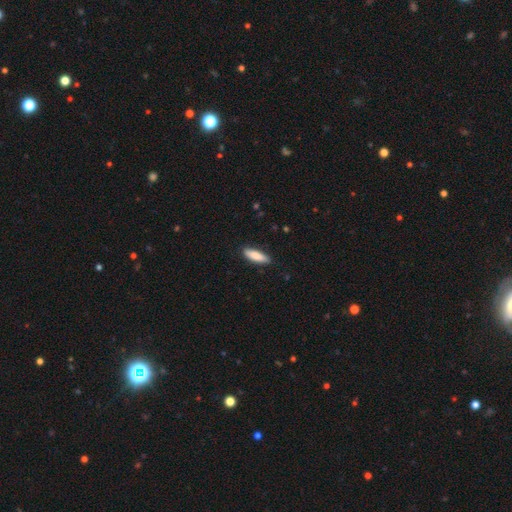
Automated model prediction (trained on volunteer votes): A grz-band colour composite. It shows a smooth galaxy with no disk features (84%) that is cigar-shaped (50%). Merging: none (86%).